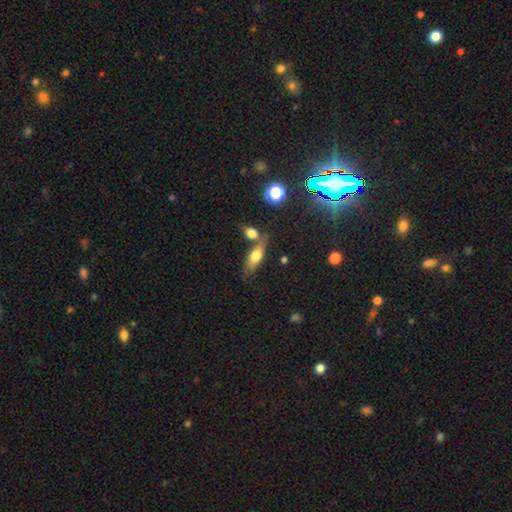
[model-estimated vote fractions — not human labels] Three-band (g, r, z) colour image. It shows a smooth galaxy with no disk features (64%) that is in between round and cigar-shaped (67%). Merging: none (55%).